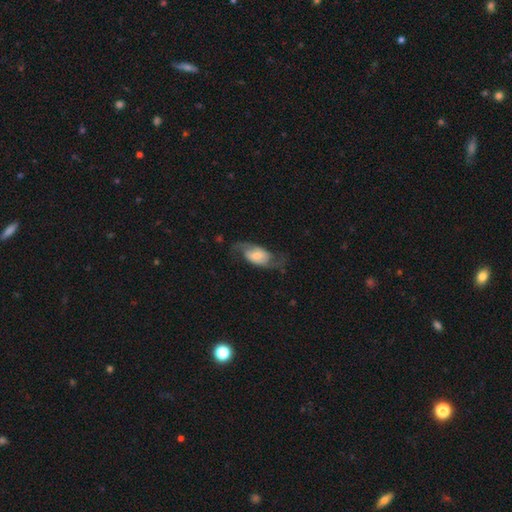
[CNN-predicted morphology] type=featured or disk (66%); edge-on=no (94%); bar=no (59%); spiral arms=yes (88%); winding=loose (51%); arm count=2 (87%); bulge=small (46%); merging=none (63%).